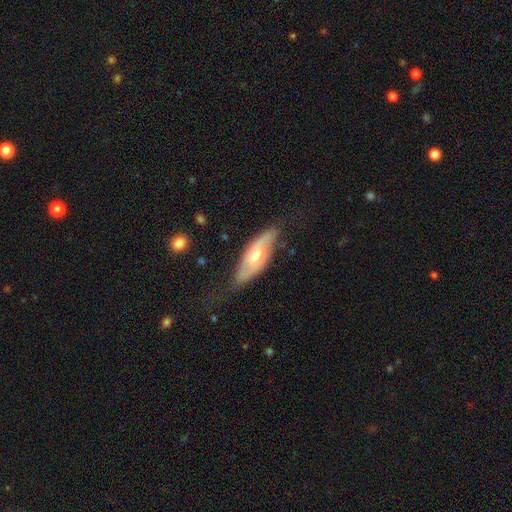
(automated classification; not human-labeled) Smooth or featured?
  - featured or disk: 52% *
  - smooth: 42%
  - star or artifact: 6%
Edge-on disk?
  - no: 64% *
  - yes: 36%
Merging?
  - none: 64% *
  - minor disturbance: 27%
  - major disturbance: 8%
  - merger: 2%